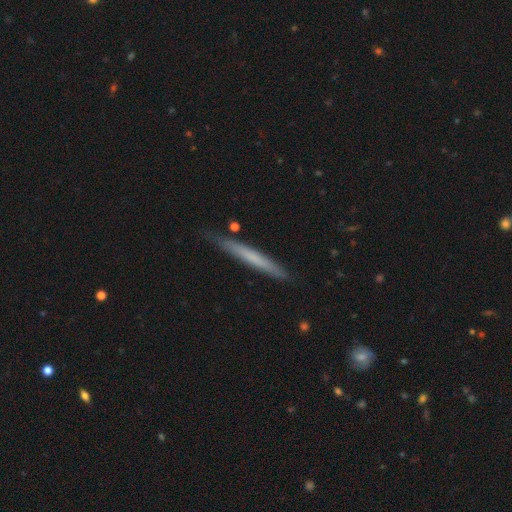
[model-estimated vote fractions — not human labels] Smooth or featured? Predicted: featured or disk (p=0.46, tied with smooth). Merging? Predicted: none (p=0.85).